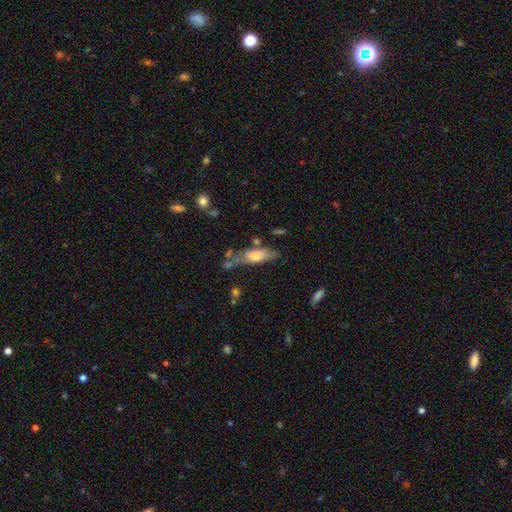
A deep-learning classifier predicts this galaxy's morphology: Smooth or featured: smooth — 59% (featured or disk — 34%)
How rounded: in between — 53% (cigar-shaped — 45%)
Merging: none — 51% (minor disturbance — 26%)